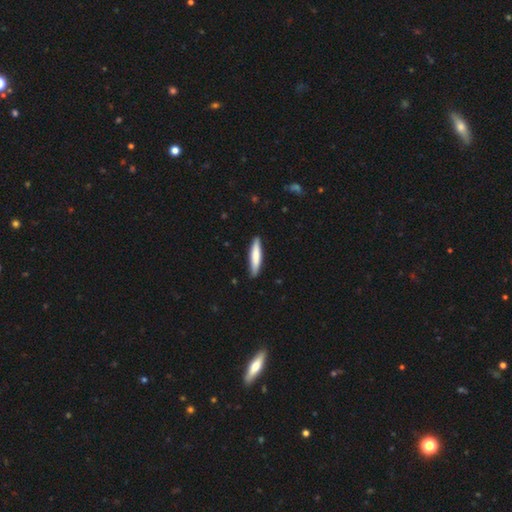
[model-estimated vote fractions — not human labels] smooth-or-featured: smooth: 73% | featured or disk: 22% | star or artifact: 5%
  how-rounded: cigar-shaped: 87% | in between: 12% | round: 1%
  merging: none: 87% | minor disturbance: 10% | major disturbance: 2% | merger: 1%